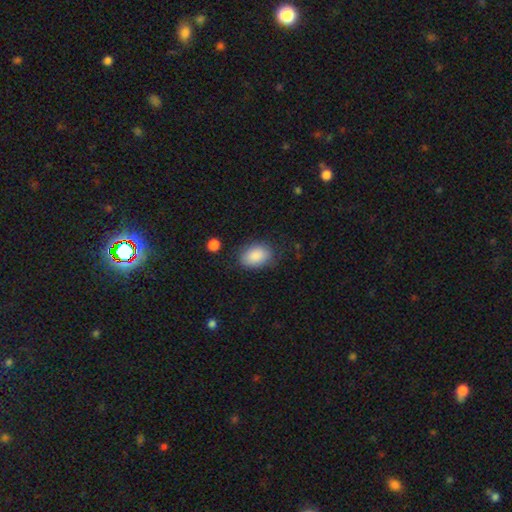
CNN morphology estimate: A smooth galaxy with no disk features (88%) that is in between round and cigar-shaped (86%). Merging: none (76%).